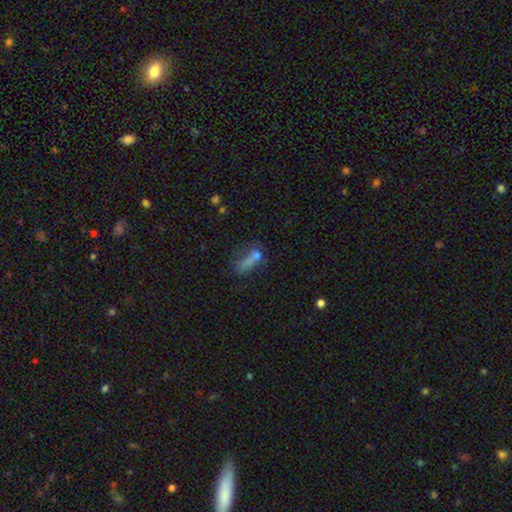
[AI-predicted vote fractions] Morphology: type=smooth (61%); roundness=in between (59%); merging=none (30%, tied with merger).